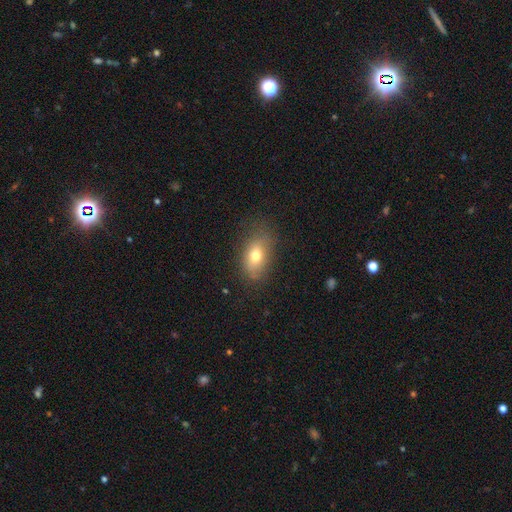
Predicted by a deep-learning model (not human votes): smooth-or-featured: smooth: 73% | featured or disk: 16% | star or artifact: 11%
  how-rounded: in between: 83% | round: 14% | cigar-shaped: 3%
  merging: none: 72% | minor disturbance: 19% | major disturbance: 7% | merger: 2%